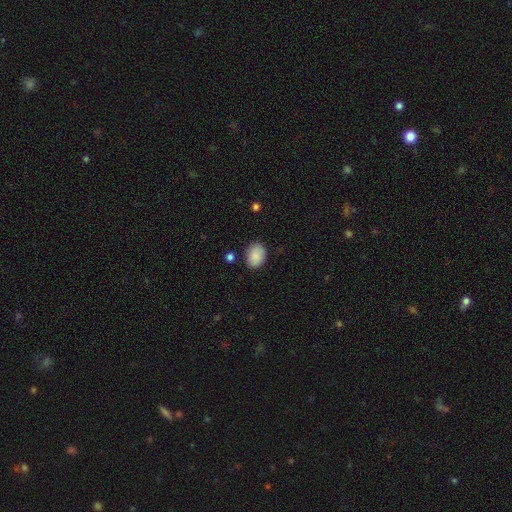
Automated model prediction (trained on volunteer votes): The model was most divided on "how rounded": in between: 75%, round: 24%, cigar-shaped: 1%. More confident: smooth or featured — smooth (89%); merging — none (83%).